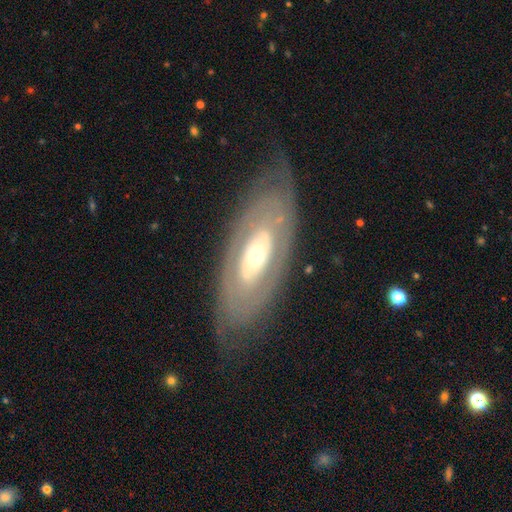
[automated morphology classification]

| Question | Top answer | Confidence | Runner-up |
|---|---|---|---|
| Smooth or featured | featured or disk | 70% | smooth (25%) |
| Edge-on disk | no | 87% | yes (13%) |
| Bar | no | 79% | weak (13%) |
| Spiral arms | no | 66% | yes (34%) |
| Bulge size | moderate | 55% | small (34%) |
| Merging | none | 73% | minor disturbance (16%) |